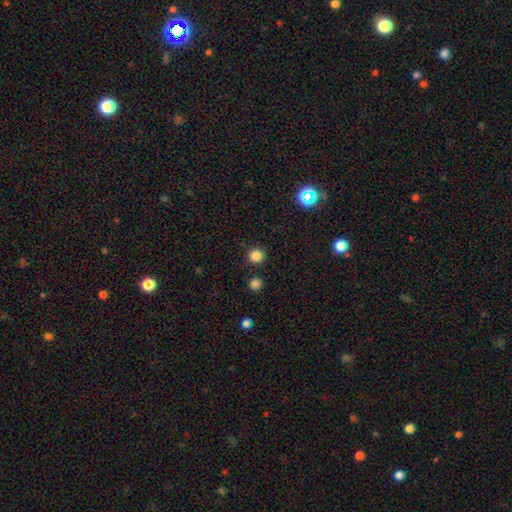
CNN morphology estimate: A smooth galaxy with no disk features (83%) that is round (94%).

Vote fractions:
- Smooth or featured? smooth: 83% / star or artifact: 13% / featured or disk: 4%
- How rounded? round: 94% / in between: 5% / cigar-shaped: 1%
- Merging? none: 89% / minor disturbance: 6% / merger: 3% / major disturbance: 2%